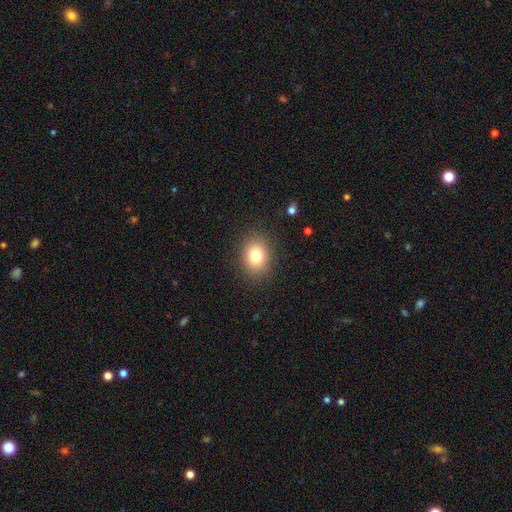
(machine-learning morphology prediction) smooth-or-featured: smooth: 79% | star or artifact: 11% | featured or disk: 10%
  how-rounded: in between: 54% | round: 45% | cigar-shaped: 1%
  merging: none: 88% | minor disturbance: 8% | major disturbance: 3% | merger: 1%